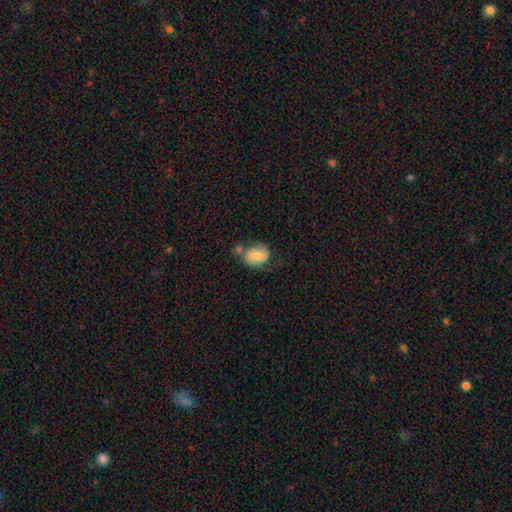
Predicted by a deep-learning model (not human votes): Smooth or featured? Predicted: smooth (p=0.59). How rounded? Predicted: round (p=0.53). Merging? Predicted: none (p=0.47).